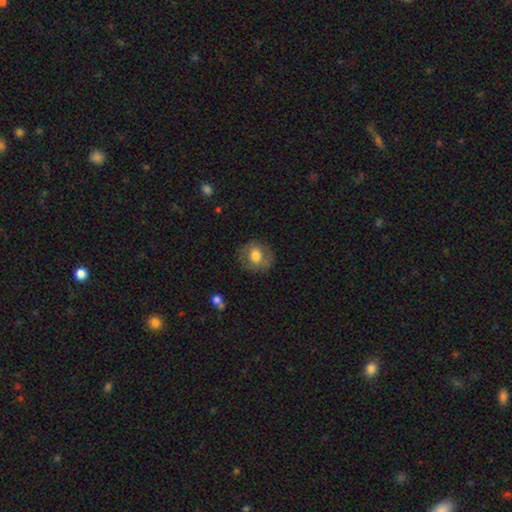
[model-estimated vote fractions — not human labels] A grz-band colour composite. It shows a smooth galaxy with no disk features (67%) that is round (80%). Merging: none (81%).